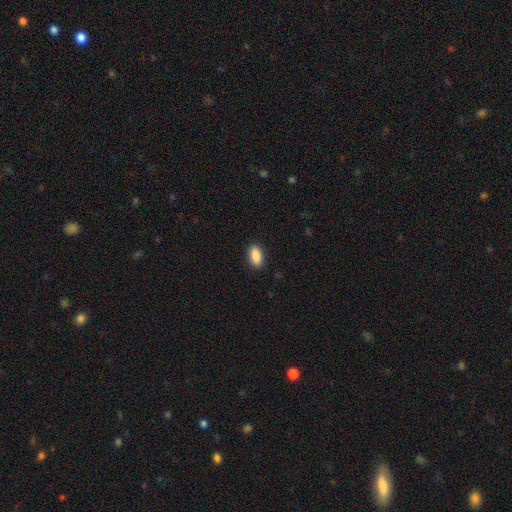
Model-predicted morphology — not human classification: This is clearly a smooth galaxy (90%). How rounded: clearly in between (92%). Merging: clearly none (89%).